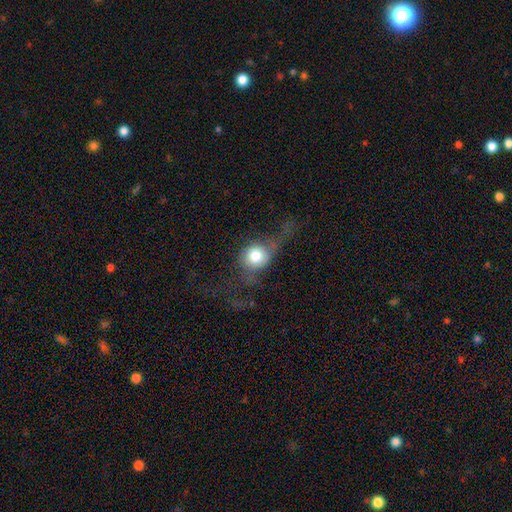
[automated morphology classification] The model was most divided on "merging": major disturbance: 45%, none: 32%, minor disturbance: 19%, merger: 3%. More confident: how rounded — round (79%); smooth or featured — smooth (54%).